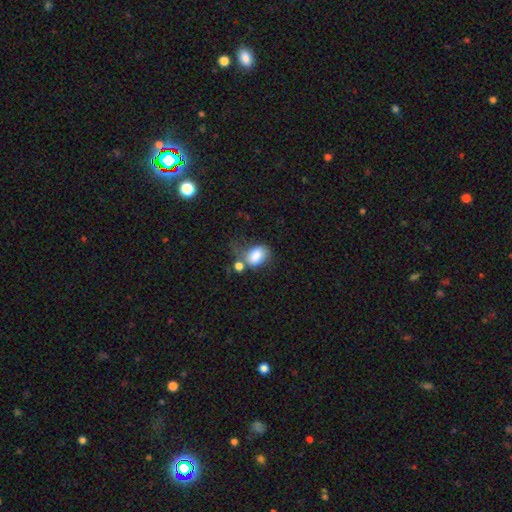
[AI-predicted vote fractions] Smooth or featured: smooth — 79% (featured or disk — 12%)
How rounded: in between — 78% (round — 21%)
Merging: none — 29% (merger — 28%)